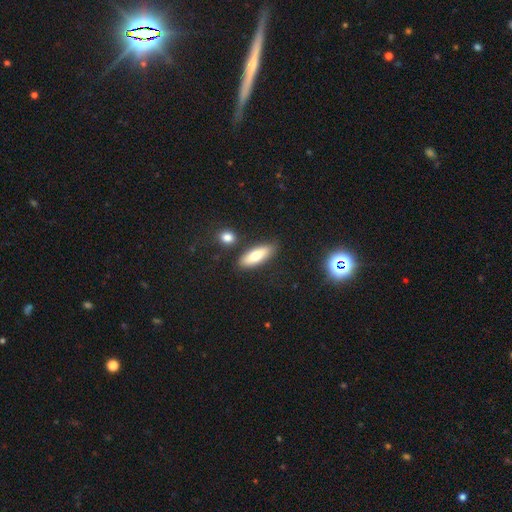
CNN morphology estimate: Smooth or featured? Predicted: smooth (p=0.72). How rounded? Predicted: in between (p=0.62). Merging? Predicted: none (p=0.83).